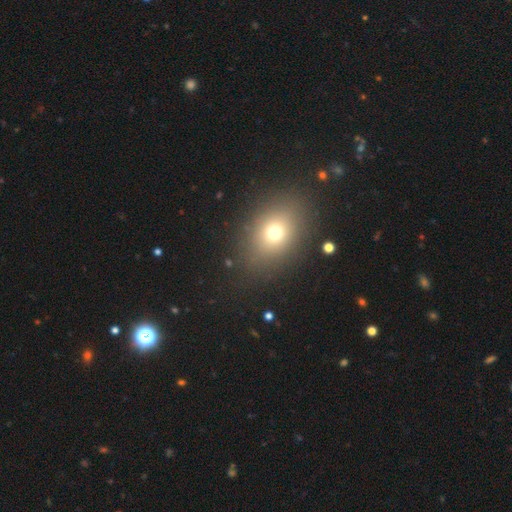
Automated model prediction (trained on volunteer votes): Morphology: type=smooth (66%); roundness=in between (65%); merging=none (88%).